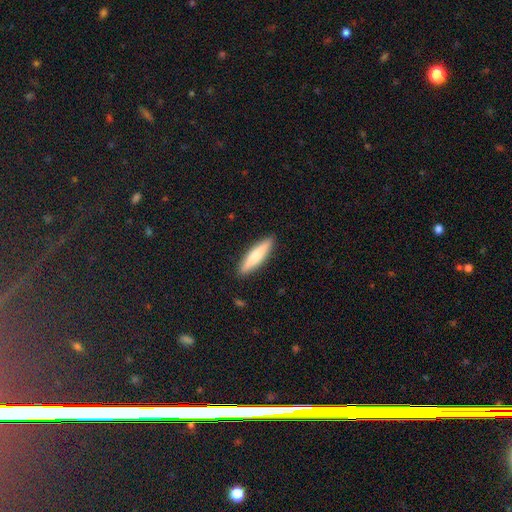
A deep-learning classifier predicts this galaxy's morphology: A smooth galaxy with no disk features (68%) that is cigar-shaped (82%). Merging: none (90%).